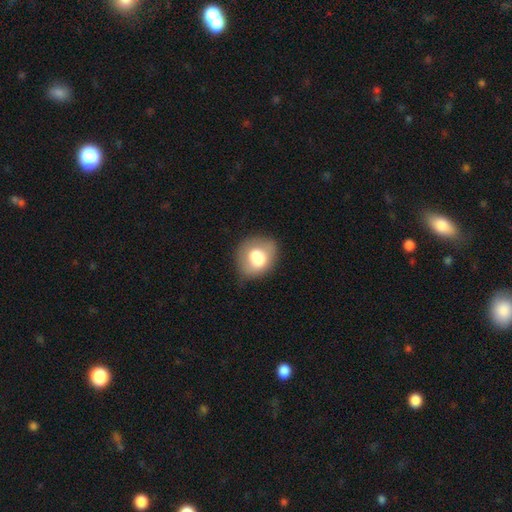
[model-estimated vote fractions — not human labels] A smooth galaxy with no disk features (74%) that is round (52%). Merging: none (56%).